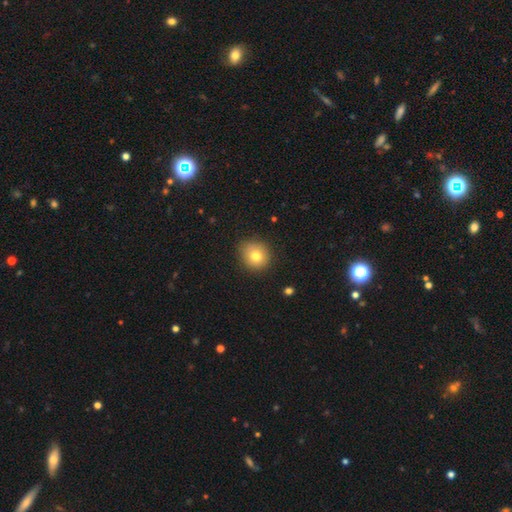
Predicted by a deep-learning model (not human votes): smooth 77%, featured or disk 12%, star or artifact 11%. Down the decision tree: how rounded — round (86%); merging — none (85%).